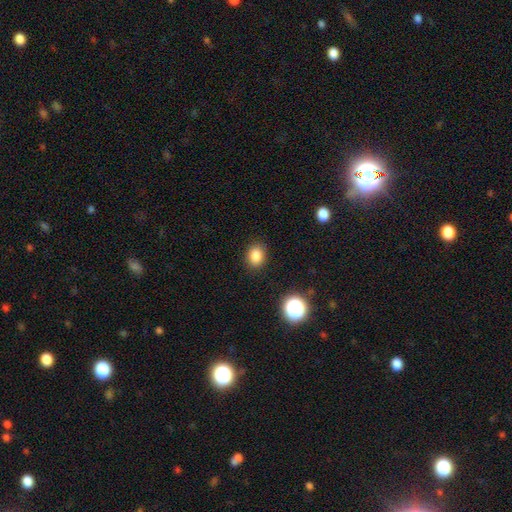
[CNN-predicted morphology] A smooth galaxy with no disk features (83%) that is in between round and cigar-shaped (57%).

Vote fractions:
- Smooth or featured? smooth: 83% / star or artifact: 12% / featured or disk: 5%
- How rounded? in between: 57% / round: 42% / cigar-shaped: 1%
- Merging? none: 88% / minor disturbance: 8% / major disturbance: 3% / merger: 1%